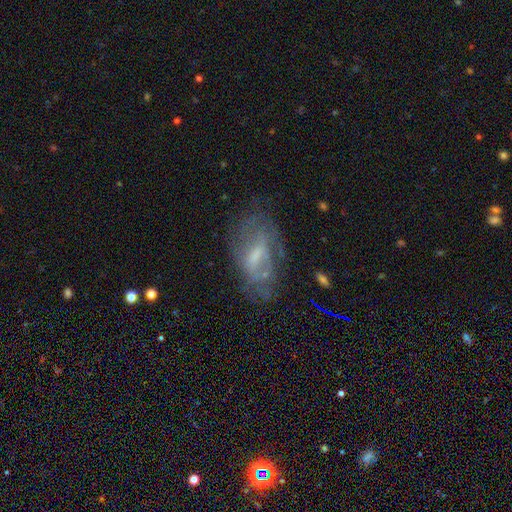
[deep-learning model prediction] Smooth or featured?
  - featured or disk: 57% *
  - smooth: 32%
  - star or artifact: 11%
Edge-on disk?
  - no: 90% *
  - yes: 10%
Bar?
  - weak: 48% *
  - no: 32%
  - strong: 20%
Spiral arms?
  - no: 53% *
  - yes: 47%
Bulge size?
  - small: 37% *
  - moderate: 36%
  - none: 21%
  - large: 5%
  - dominant: 1%
Merging?
  - none: 57% *
  - minor disturbance: 24%
  - major disturbance: 17%
  - merger: 3%